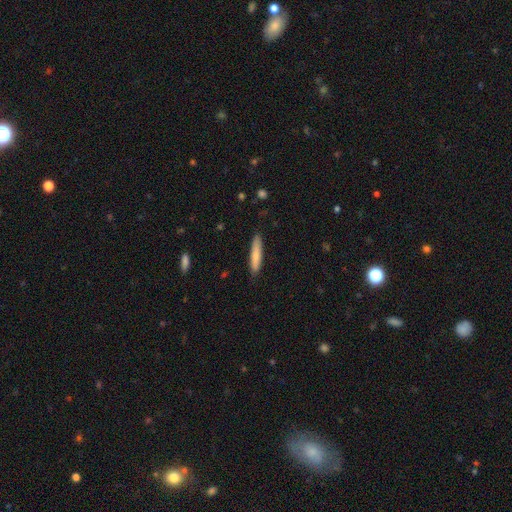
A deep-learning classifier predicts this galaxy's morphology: A smooth galaxy with no disk features (78%) that is cigar-shaped (88%).

Vote fractions:
- Smooth or featured? smooth: 78% / featured or disk: 16% / star or artifact: 6%
- How rounded? cigar-shaped: 88% / in between: 11% / round: 1%
- Merging? none: 86% / minor disturbance: 11% / major disturbance: 2% / merger: 1%